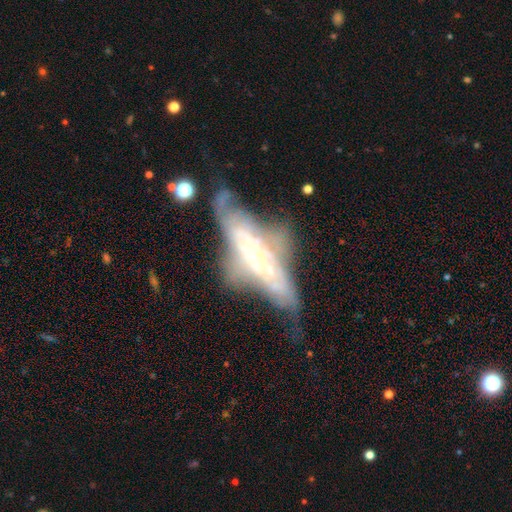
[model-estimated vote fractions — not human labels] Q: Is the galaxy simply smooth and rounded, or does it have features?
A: featured or disk — 69%.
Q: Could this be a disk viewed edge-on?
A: no — 63%.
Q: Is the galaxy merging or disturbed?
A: major disturbance — 35%.